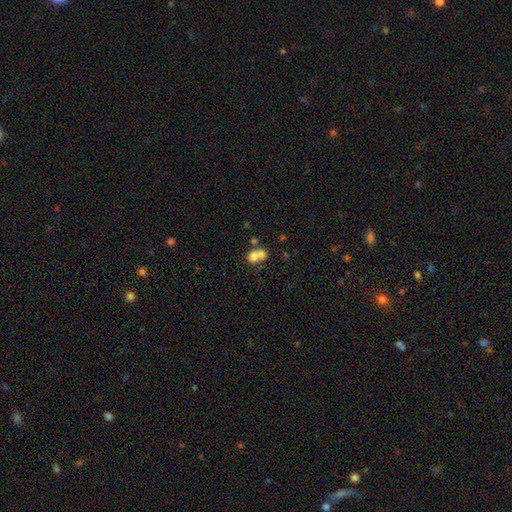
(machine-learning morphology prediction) This is likely a smooth galaxy (69%). How rounded: likely round (64%). Merging: likely merger (65%).